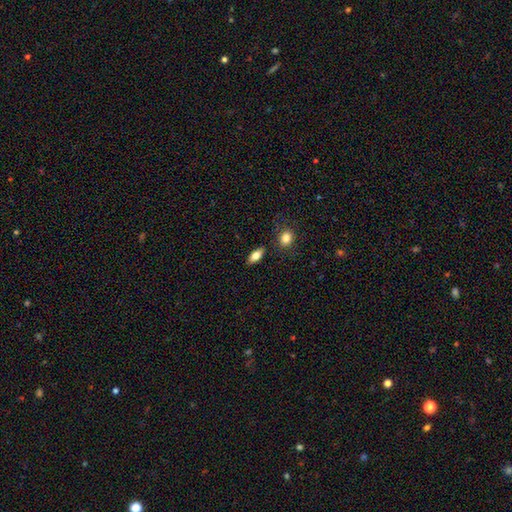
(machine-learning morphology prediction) Smooth or featured? smooth (76%)
How rounded? in between (85%)
Merging? none (85%)